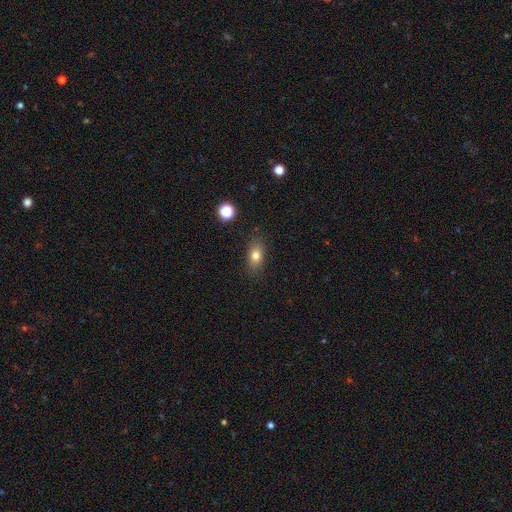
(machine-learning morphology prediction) Q: Smooth or featured?
A: smooth (77%); runner-up: featured or disk (12%)
Q: How rounded?
A: in between (77%); runner-up: round (16%)
Q: Merging?
A: none (84%); runner-up: minor disturbance (11%)